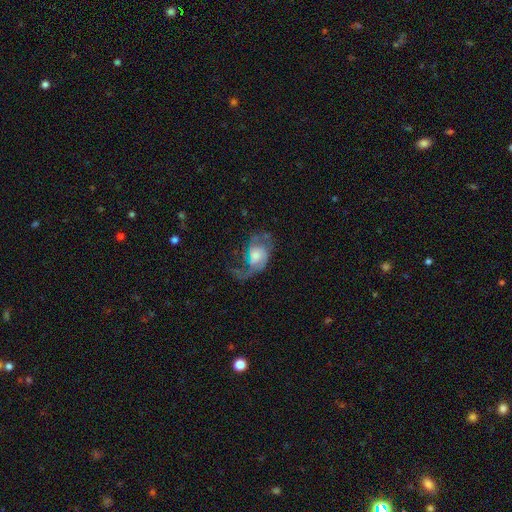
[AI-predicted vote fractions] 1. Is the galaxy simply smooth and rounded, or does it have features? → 76% featured or disk, 17% smooth, 7% star or artifact.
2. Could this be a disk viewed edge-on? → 97% no, 3% yes.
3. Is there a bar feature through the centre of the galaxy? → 64% no, 30% weak, 6% strong.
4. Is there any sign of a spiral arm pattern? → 90% yes, 10% no.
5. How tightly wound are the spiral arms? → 52% loose, 38% medium, 11% tight.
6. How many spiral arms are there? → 70% 2, 16% 1, 7% can't tell, 4% 3, 2% 4, 2% more than 4.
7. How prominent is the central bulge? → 34% moderate, 31% small, 19% large, 13% none, 3% dominant.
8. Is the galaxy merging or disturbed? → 40% major disturbance, 38% none, 19% minor disturbance, 3% merger.